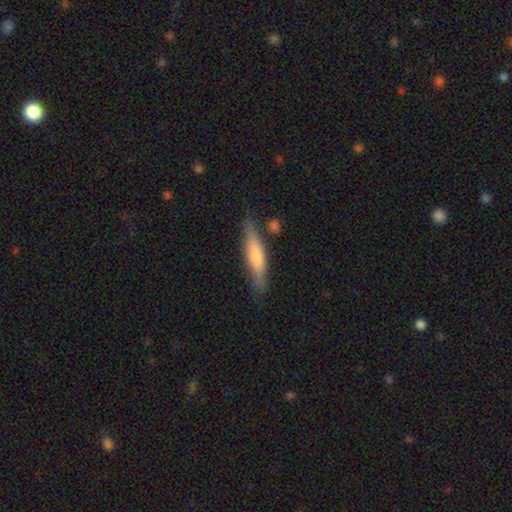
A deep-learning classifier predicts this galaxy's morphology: A smooth galaxy with no disk features (50%).

Vote fractions:
- Smooth or featured? smooth: 50% / featured or disk: 43% / star or artifact: 7%
- Merging? none: 82% / minor disturbance: 13% / merger: 3% / major disturbance: 3%